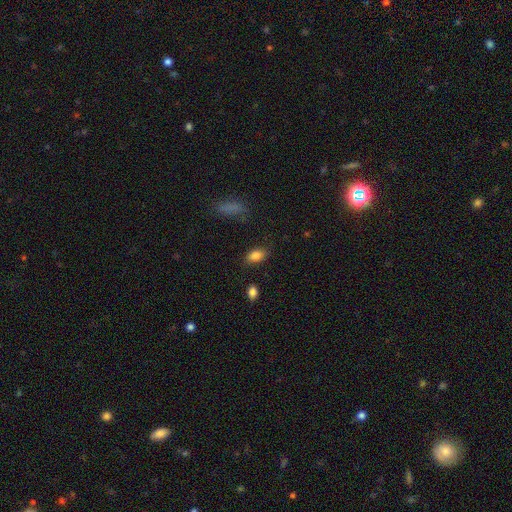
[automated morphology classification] smooth-or-featured: smooth: 85% | star or artifact: 8% | featured or disk: 7%
  how-rounded: in between: 89% | round: 8% | cigar-shaped: 3%
  merging: none: 83% | minor disturbance: 12% | major disturbance: 3% | merger: 2%